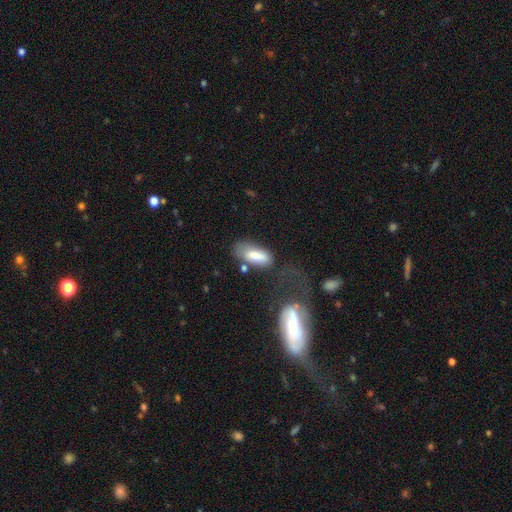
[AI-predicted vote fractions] Smooth or featured?
  - smooth: 76% *
  - featured or disk: 16%
  - star or artifact: 8%
How rounded?
  - in between: 78% *
  - cigar-shaped: 20%
  - round: 2%
Merging?
  - none: 44% *
  - minor disturbance: 25%
  - major disturbance: 20%
  - merger: 12%